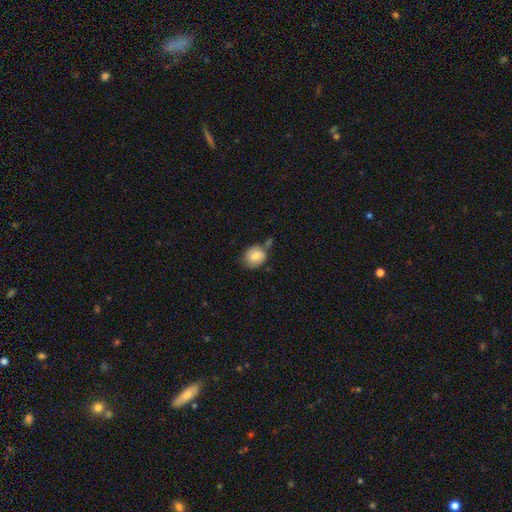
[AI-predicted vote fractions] Overall: smooth (79%). How rounded: round (66%; in between 33%). Merging: none (58%; minor disturbance 22%).